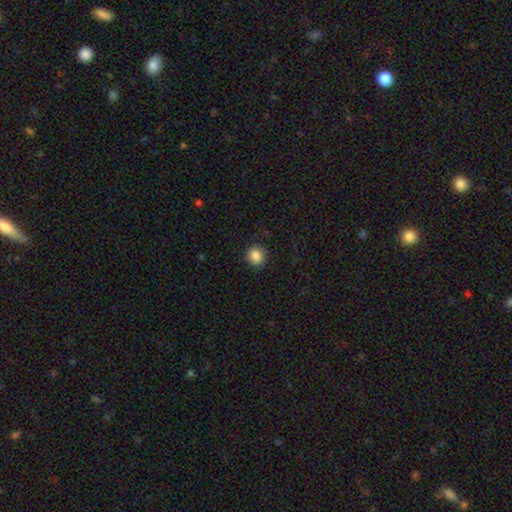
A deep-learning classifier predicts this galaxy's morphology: A smooth galaxy with no disk features (87%) that is round (83%). Merging: none (90%).